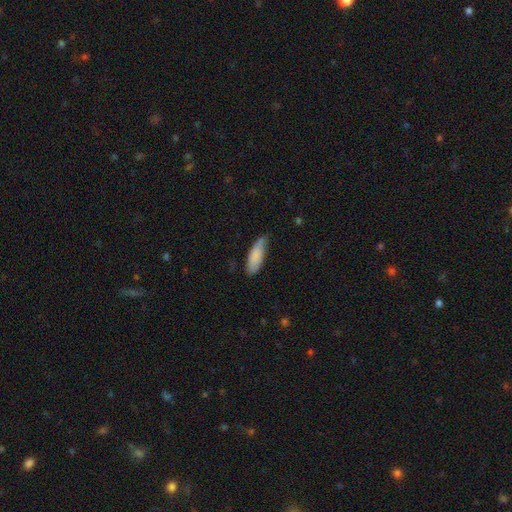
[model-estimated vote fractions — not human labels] smooth 84%, featured or disk 10%, star or artifact 6%. Down the decision tree: how rounded — in between (63%); merging — none (60%).